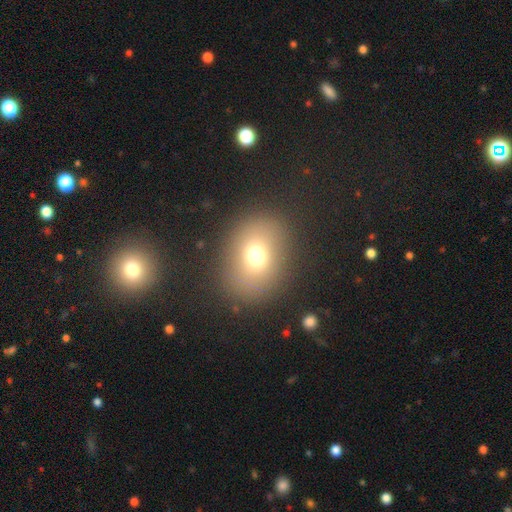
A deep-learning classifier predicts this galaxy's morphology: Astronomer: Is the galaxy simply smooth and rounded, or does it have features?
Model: smooth — 70%.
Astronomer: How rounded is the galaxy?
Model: in between — 52% (runner-up: round, 47%).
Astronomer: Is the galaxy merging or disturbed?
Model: none — 85%.